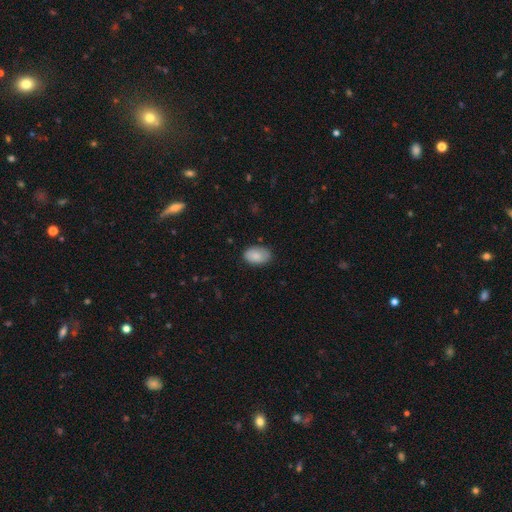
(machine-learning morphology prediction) A smooth galaxy with no disk features (84%) that is in between round and cigar-shaped (91%).

Vote fractions:
- Smooth or featured? smooth: 84% / featured or disk: 9% / star or artifact: 7%
- How rounded? in between: 91% / round: 8% / cigar-shaped: 1%
- Merging? none: 78% / minor disturbance: 18% / major disturbance: 3% / merger: 1%